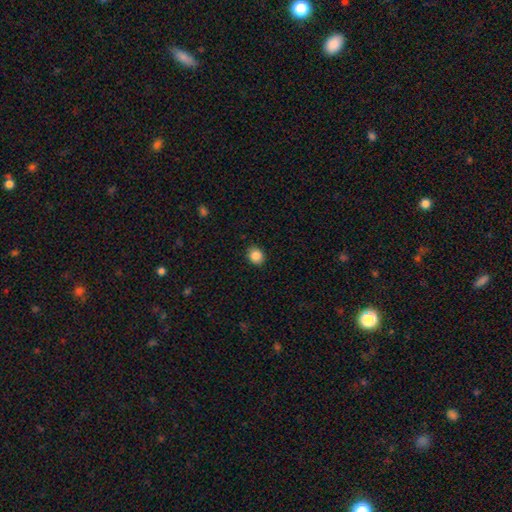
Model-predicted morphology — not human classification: Smooth or featured?
  - smooth: 86% *
  - star or artifact: 10%
  - featured or disk: 4%
How rounded?
  - round: 71% *
  - in between: 28%
  - cigar-shaped: 1%
Merging?
  - none: 89% *
  - minor disturbance: 8%
  - major disturbance: 2%
  - merger: 1%